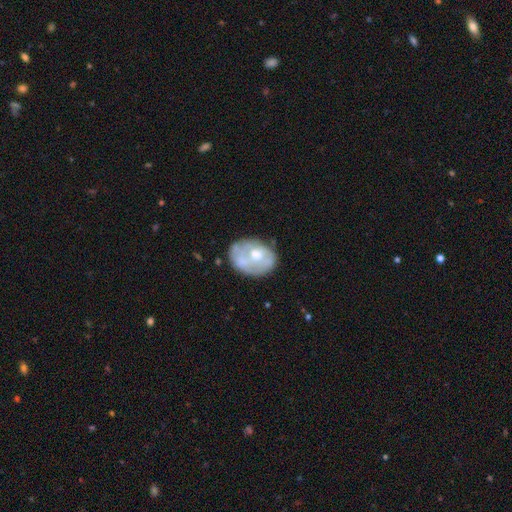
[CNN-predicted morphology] This appears to be a featured or disk galaxy (52%) with no bar (83%), no spiral arms (77%) and a moderate central bulge (60%). Merging: none (54%).